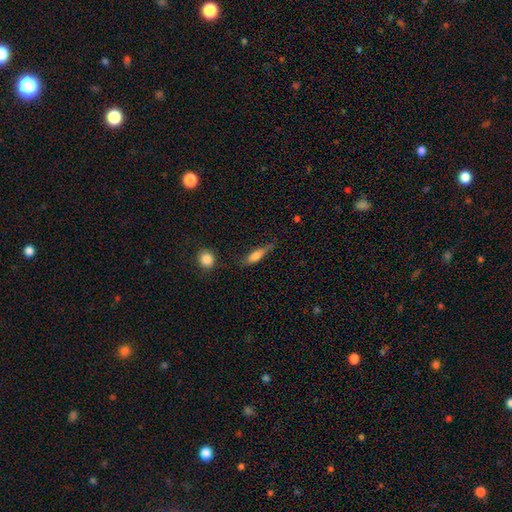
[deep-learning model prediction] Morphology: type=smooth (70%); roundness=cigar-shaped (57%); merging=none (55%).